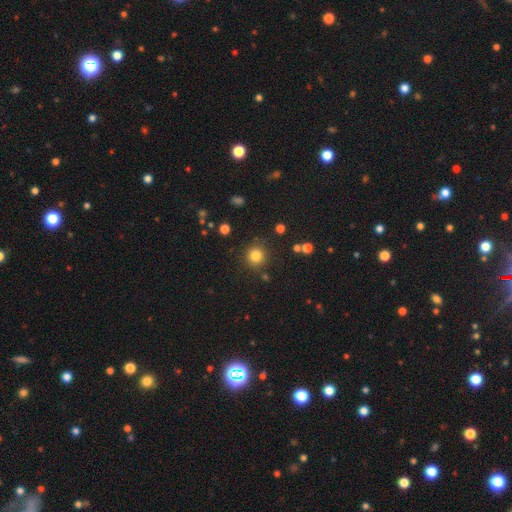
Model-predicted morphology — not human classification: smooth 82%, star or artifact 13%, featured or disk 5%. Down the decision tree: how rounded — round (93%); merging — none (86%).